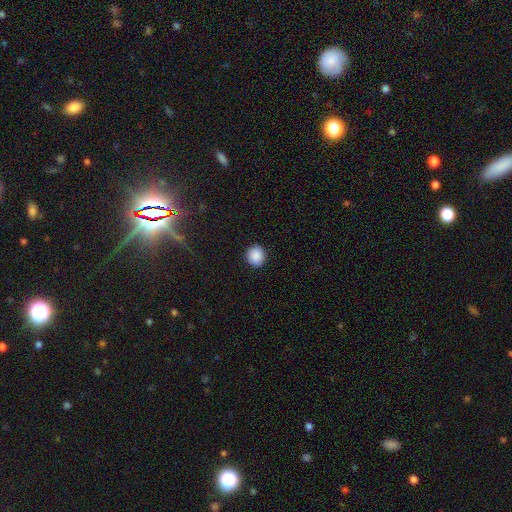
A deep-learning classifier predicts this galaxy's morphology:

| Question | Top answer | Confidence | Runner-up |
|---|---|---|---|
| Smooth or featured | smooth | 89% | star or artifact (9%) |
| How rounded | round | 90% | in between (9%) |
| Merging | none | 92% | minor disturbance (5%) |